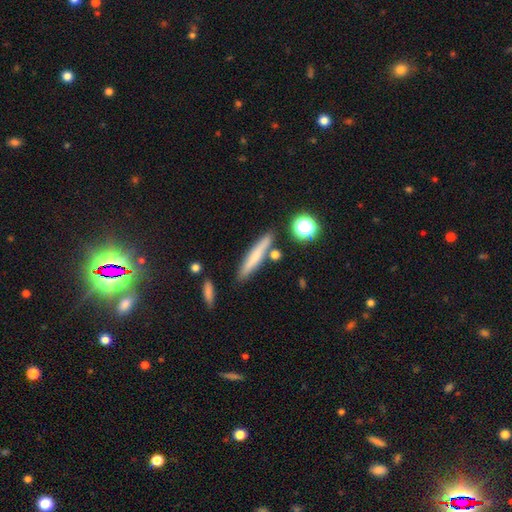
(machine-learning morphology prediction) A smooth galaxy with no disk features (65%) that is cigar-shaped (90%).

Vote fractions:
- Smooth or featured? smooth: 65% / featured or disk: 26% / star or artifact: 9%
- How rounded? cigar-shaped: 90% / in between: 7% / round: 3%
- Merging? none: 82% / minor disturbance: 10% / merger: 6% / major disturbance: 2%